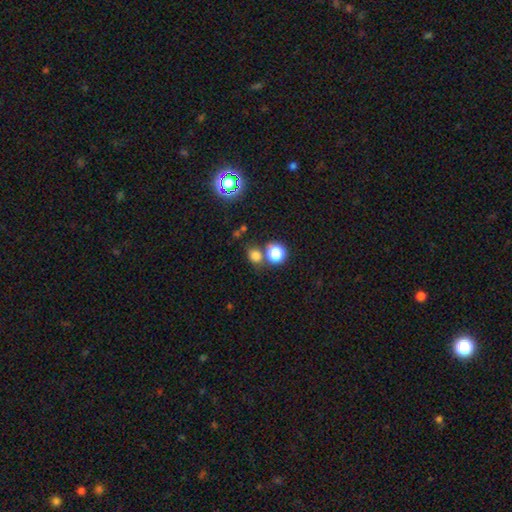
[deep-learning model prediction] Smooth or featured? Predicted: smooth (p=0.74). How rounded? Predicted: round (p=0.71). Merging? Predicted: none (p=0.65).